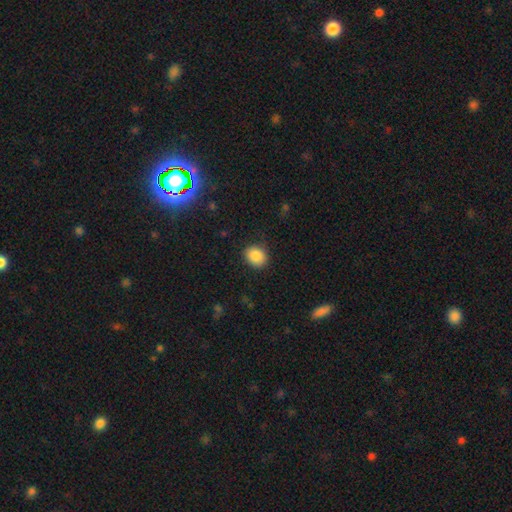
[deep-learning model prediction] smooth 88%, star or artifact 8%, featured or disk 4%. Down the decision tree: how rounded — round (60%); merging — none (85%).